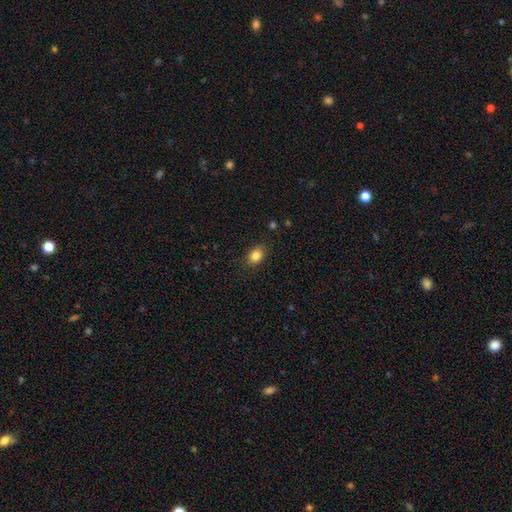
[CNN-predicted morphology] Smooth or featured?
  - smooth: 85% *
  - star or artifact: 10%
  - featured or disk: 5%
How rounded?
  - in between: 64% *
  - round: 35%
  - cigar-shaped: 1%
Merging?
  - none: 86% *
  - minor disturbance: 11%
  - major disturbance: 3%
  - merger: 1%